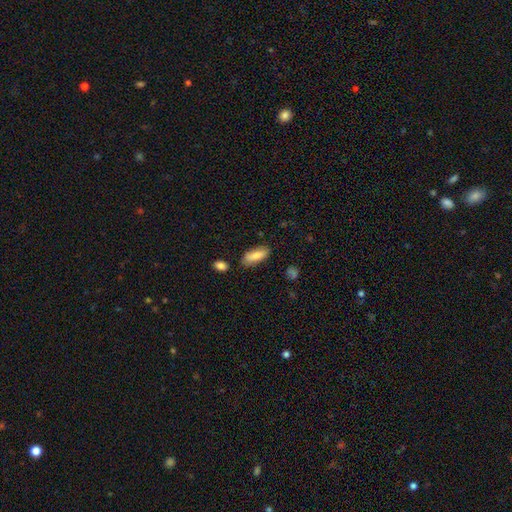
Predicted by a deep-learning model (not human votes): Overall: smooth (81%). How rounded: in between (69%). Merging: none (77%).